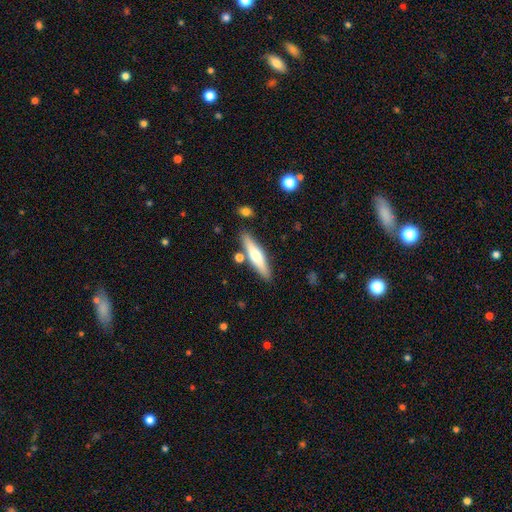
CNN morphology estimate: Q: Smooth or featured?
A: smooth (49%); runner-up: featured or disk (46%)
Q: Merging?
A: none (84%); runner-up: minor disturbance (9%)